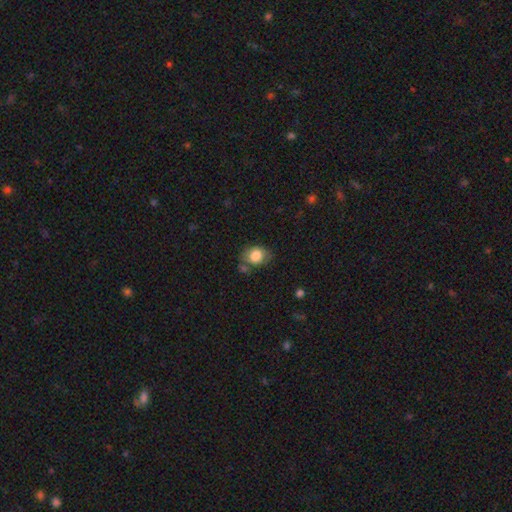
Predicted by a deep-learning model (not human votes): smooth 79%, featured or disk 13%, star or artifact 8%. Down the decision tree: how rounded — in between (55%); merging — none (58%).